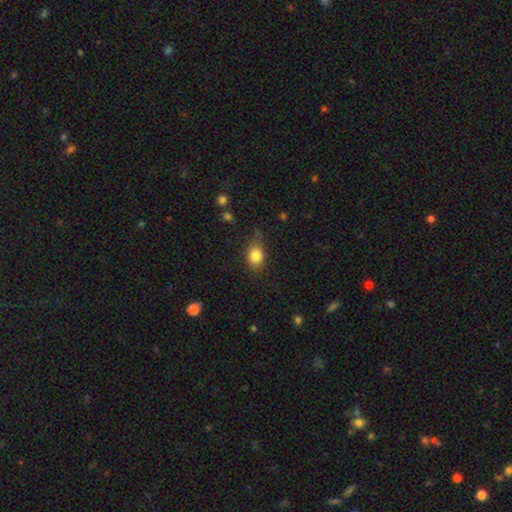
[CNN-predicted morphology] Q: Smooth or featured?
A: smooth (83%); runner-up: star or artifact (9%)
Q: How rounded?
A: in between (61%); runner-up: round (38%)
Q: Merging?
A: none (70%); runner-up: minor disturbance (23%)